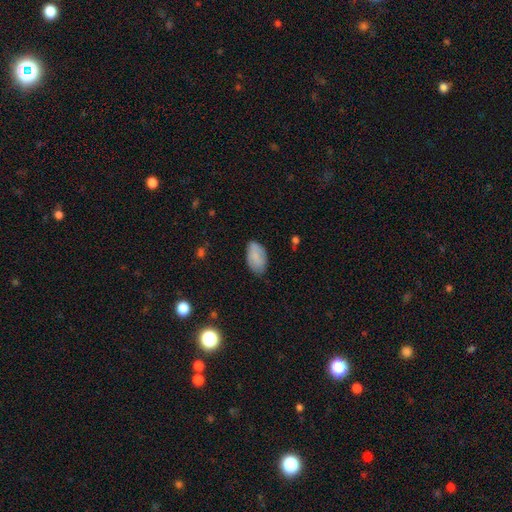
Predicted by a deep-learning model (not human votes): This appears to be a smooth galaxy with no disk features (81%) that is in between round and cigar-shaped (94%). Merging: none (73%).